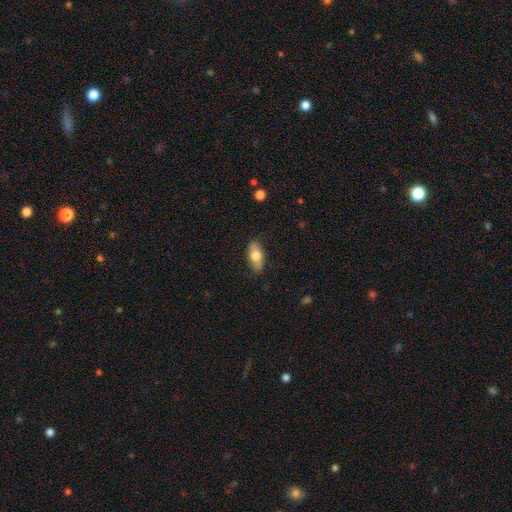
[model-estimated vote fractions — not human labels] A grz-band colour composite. It shows a smooth galaxy with no disk features (69%) that is in between round and cigar-shaped (83%). Merging: none (83%).